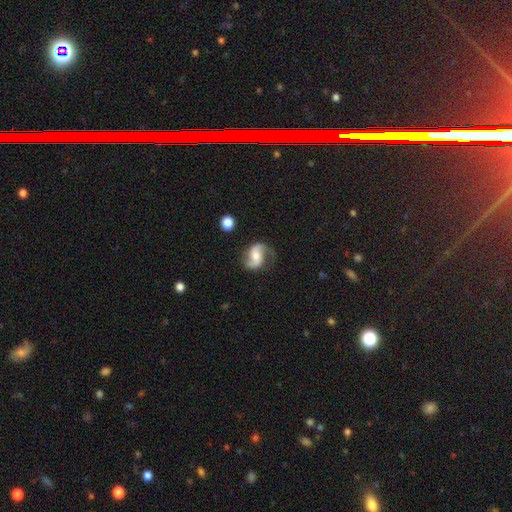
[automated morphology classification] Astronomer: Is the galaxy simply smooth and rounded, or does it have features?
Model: featured or disk — 82%.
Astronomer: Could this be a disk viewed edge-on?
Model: no — 98%.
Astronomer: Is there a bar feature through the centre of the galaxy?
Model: no — 46% (runner-up: weak, 37%).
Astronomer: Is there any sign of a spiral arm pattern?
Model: yes — 96%.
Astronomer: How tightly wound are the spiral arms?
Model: loose — 52% (runner-up: medium, 38%).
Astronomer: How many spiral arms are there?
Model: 2 — 90%.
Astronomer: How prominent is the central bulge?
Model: moderate — 52% (runner-up: small, 33%).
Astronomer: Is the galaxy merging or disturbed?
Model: none — 72%.